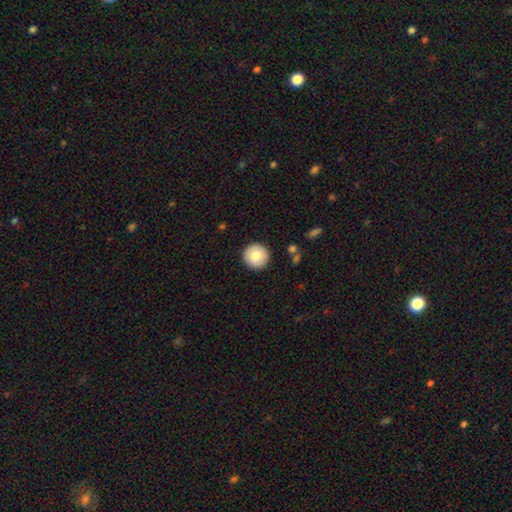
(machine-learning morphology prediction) This appears to be a smooth galaxy with no disk features (78%) that is round (95%). Merging: none (92%).